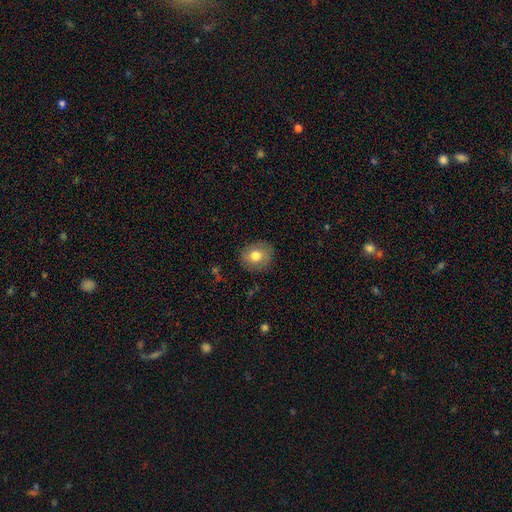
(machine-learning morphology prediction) A smooth galaxy with no disk features (73%) that is round (77%).

Vote fractions:
- Smooth or featured? smooth: 73% / featured or disk: 19% / star or artifact: 9%
- How rounded? round: 77% / in between: 22% / cigar-shaped: 1%
- Merging? none: 85% / minor disturbance: 11% / major disturbance: 3% / merger: 1%